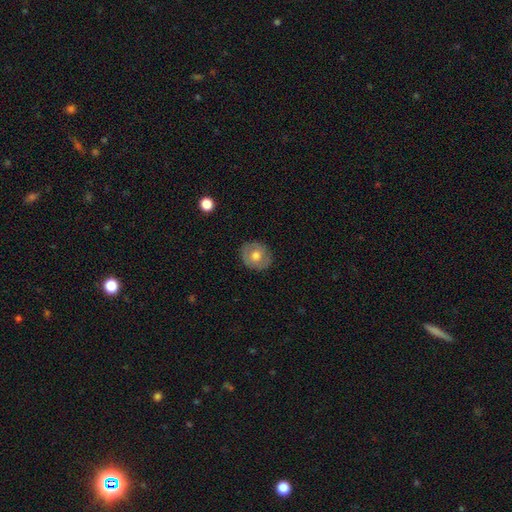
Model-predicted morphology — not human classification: type=smooth (61%); roundness=round (78%); merging=none (86%).